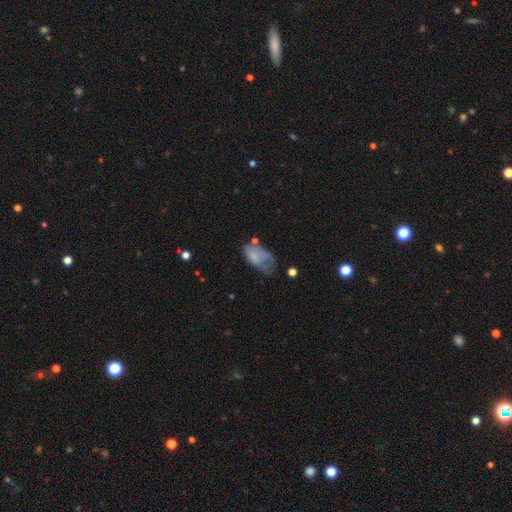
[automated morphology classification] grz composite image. It shows a smooth galaxy with no disk features (66%) that is in between round and cigar-shaped (92%). Merging: major disturbance (35%).